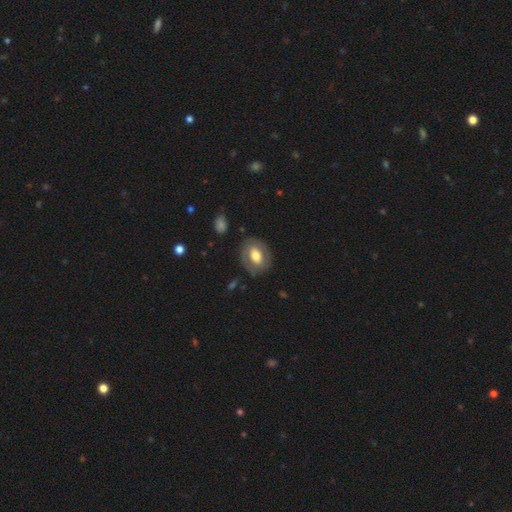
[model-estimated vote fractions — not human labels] Q: Smooth or featured?
A: smooth (53%); runner-up: featured or disk (41%)
Q: How rounded?
A: in between (62%); runner-up: round (37%)
Q: Merging?
A: none (79%); runner-up: minor disturbance (13%)